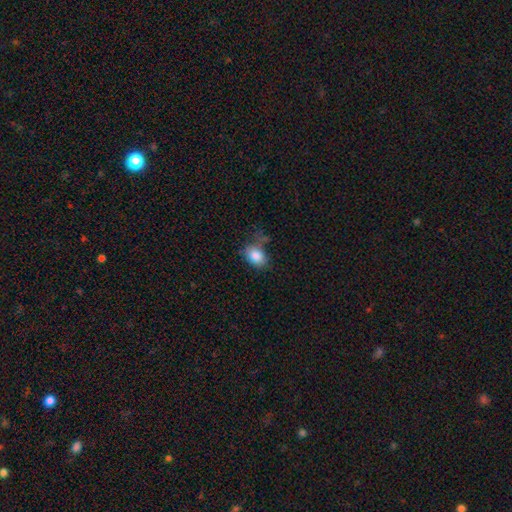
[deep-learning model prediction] This is clearly a smooth galaxy (85%). How rounded: likely in between (76%). Merging: possibly none (59%).